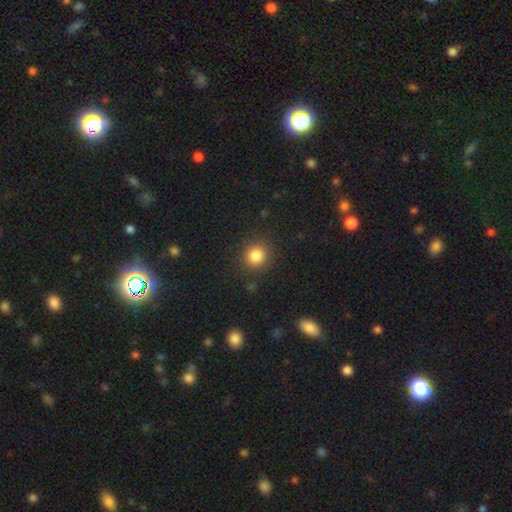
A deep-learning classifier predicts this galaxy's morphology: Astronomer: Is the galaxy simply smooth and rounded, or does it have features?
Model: smooth — 83%.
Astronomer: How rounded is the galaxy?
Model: round — 88%.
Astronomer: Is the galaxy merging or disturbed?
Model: none — 88%.